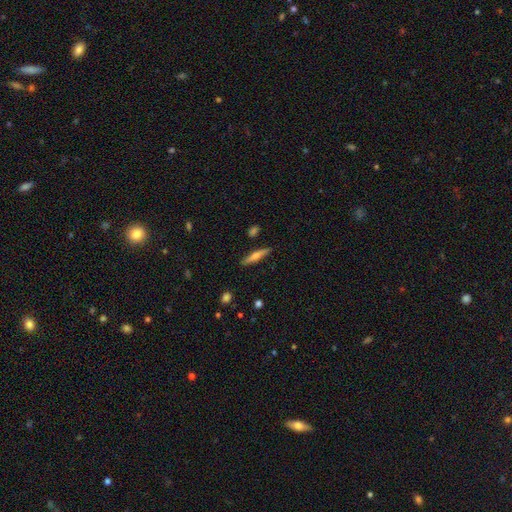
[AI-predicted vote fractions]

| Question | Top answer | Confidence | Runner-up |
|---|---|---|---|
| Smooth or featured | featured or disk | 55% | smooth (39%) |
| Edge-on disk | yes | 96% | no (4%) |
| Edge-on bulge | rounded | 89% | none (7%) |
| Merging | none | 88% | minor disturbance (8%) |